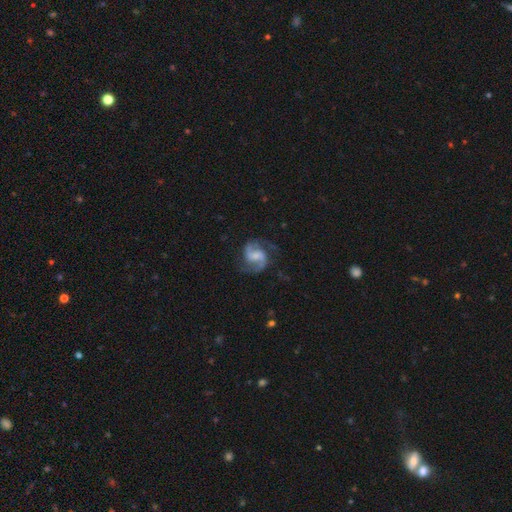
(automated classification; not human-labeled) This appears to be a featured or disk galaxy (87%) with a weak bar (49%), 2 (92%) medium (56%) spiral arms (97%) and no central bulge (33%). Merging: none (74%).